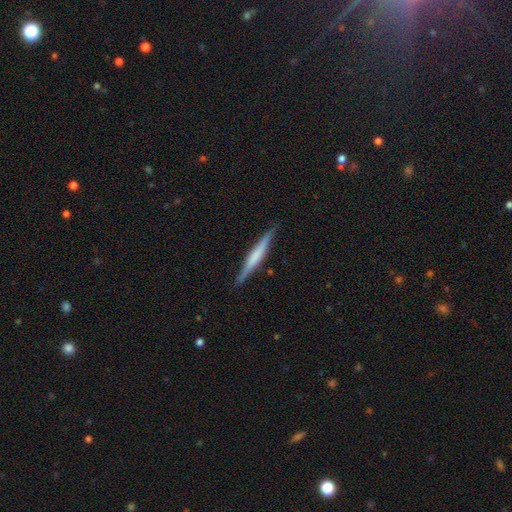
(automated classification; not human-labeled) This appears to be a featured or disk galaxy (55%) viewed edge-on (97%) with no central bulge (43%). Merging: none (89%).